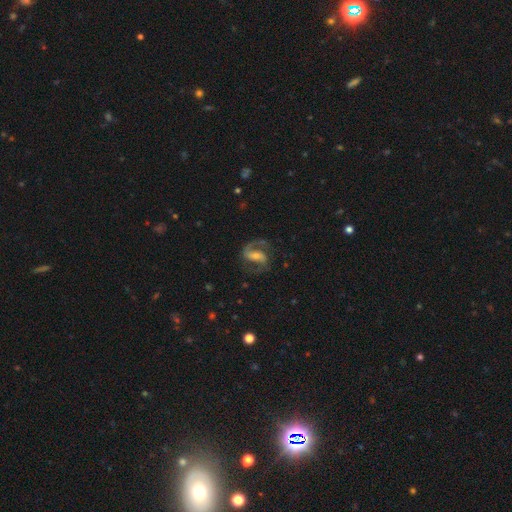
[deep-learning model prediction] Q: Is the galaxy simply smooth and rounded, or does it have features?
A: featured or disk — 89%.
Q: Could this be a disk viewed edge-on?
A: no — 97%.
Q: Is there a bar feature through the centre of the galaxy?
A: strong — 41%.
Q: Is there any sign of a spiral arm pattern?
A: yes — 97%.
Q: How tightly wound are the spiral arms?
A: medium — 61%.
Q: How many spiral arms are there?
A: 2 — 91%.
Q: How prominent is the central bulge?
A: small — 47%.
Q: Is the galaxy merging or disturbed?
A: none — 77%.